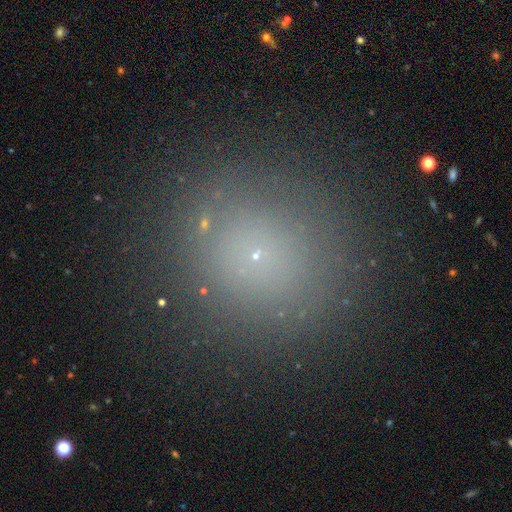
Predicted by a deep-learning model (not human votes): Morphology: type=smooth (66%); roundness=round (90%); merging=none (88%).